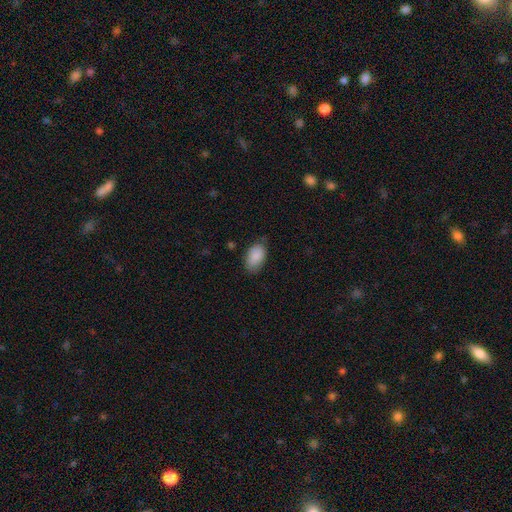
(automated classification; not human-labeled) Smooth or featured: smooth — 89% (star or artifact — 6%)
How rounded: in between — 93% (round — 6%)
Merging: none — 76% (minor disturbance — 19%)